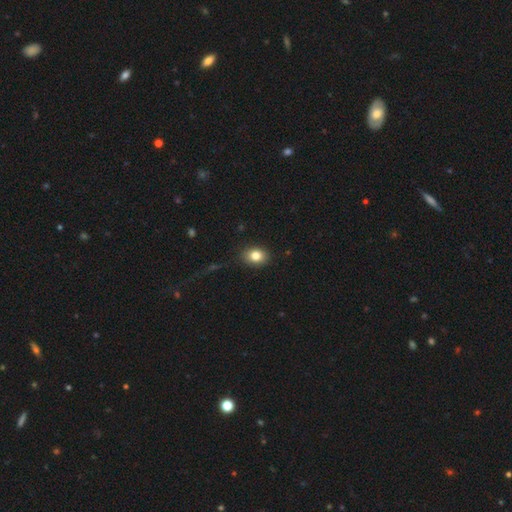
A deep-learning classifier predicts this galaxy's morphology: Smooth or featured?
  - smooth: 82% *
  - star or artifact: 10%
  - featured or disk: 8%
How rounded?
  - in between: 60% *
  - round: 39%
  - cigar-shaped: 1%
Merging?
  - none: 87% *
  - minor disturbance: 9%
  - major disturbance: 2%
  - merger: 1%